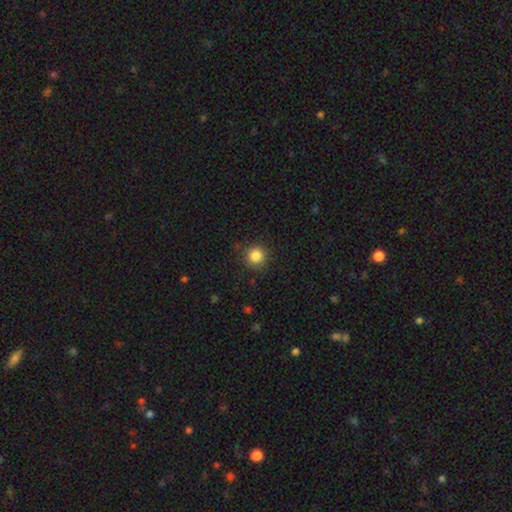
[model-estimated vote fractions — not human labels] Smooth or featured: smooth — 85% (star or artifact — 11%)
How rounded: round — 93% (in between — 6%)
Merging: none — 88% (minor disturbance — 8%)